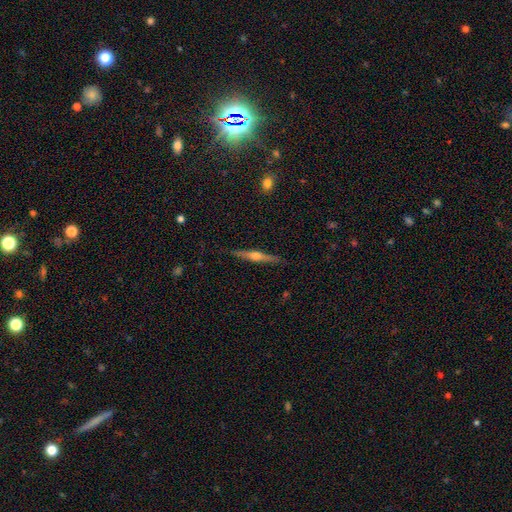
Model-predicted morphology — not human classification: Smooth or featured? Predicted: featured or disk (p=0.71). Edge-on disk? Predicted: yes (p=0.98). Edge-on bulge? Predicted: rounded (p=0.92). Merging? Predicted: none (p=0.88).